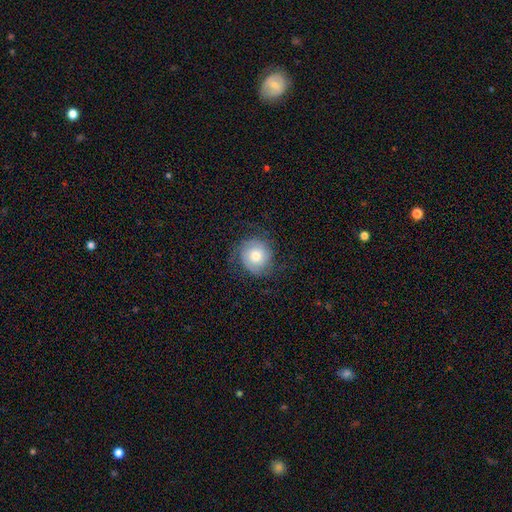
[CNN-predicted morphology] This appears to be a featured or disk galaxy (50%). Merging: none (72%).